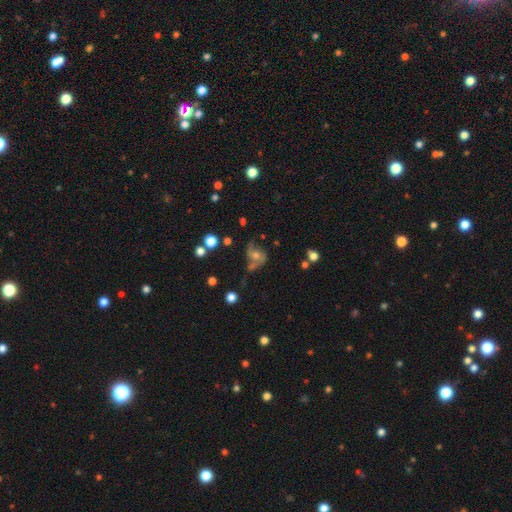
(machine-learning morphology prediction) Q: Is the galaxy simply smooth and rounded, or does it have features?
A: featured or disk — 53%.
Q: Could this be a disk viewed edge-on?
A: no — 96%.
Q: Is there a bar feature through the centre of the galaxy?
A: no — 65%.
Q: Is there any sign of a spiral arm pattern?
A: yes — 77%.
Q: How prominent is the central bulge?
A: moderate — 58%.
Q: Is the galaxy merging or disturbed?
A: none — 42%.